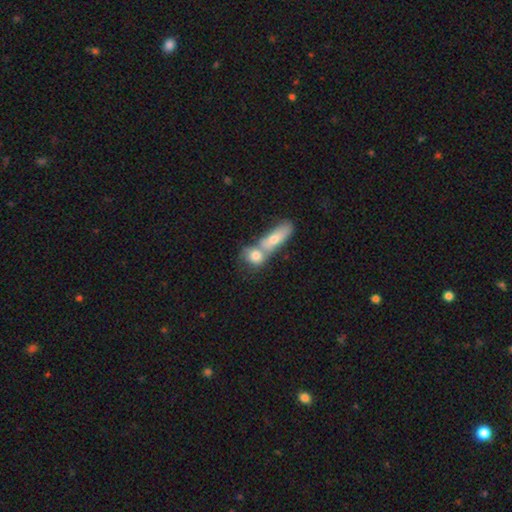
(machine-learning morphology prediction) A smooth galaxy with no disk features (71%) that is in between round and cigar-shaped (51%).

Vote fractions:
- Smooth or featured? smooth: 71% / featured or disk: 22% / star or artifact: 8%
- How rounded? in between: 51% / round: 38% / cigar-shaped: 11%
- Merging? merger: 64% / none: 24% / minor disturbance: 8% / major disturbance: 4%